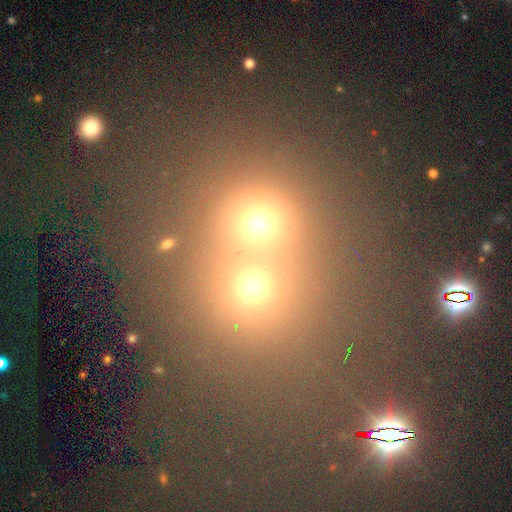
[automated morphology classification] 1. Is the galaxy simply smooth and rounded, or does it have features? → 50% smooth, 35% star or artifact, 14% featured or disk.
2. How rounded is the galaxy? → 79% round, 20% in between, 1% cigar-shaped.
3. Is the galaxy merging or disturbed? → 58% merger, 33% none, 6% minor disturbance, 4% major disturbance.